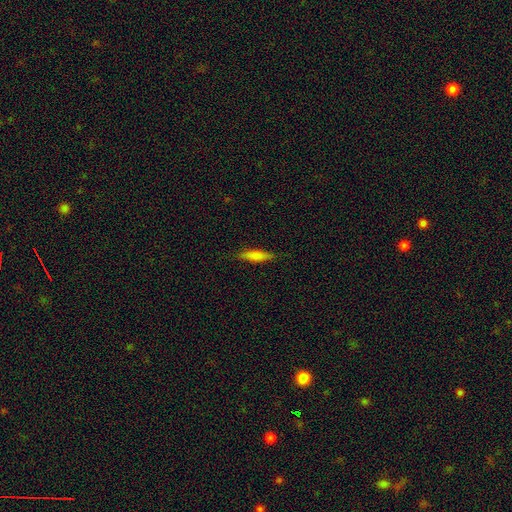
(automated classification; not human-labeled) Overall: smooth (77%). How rounded: cigar-shaped (67%; in between 32%). Merging: none (83%).